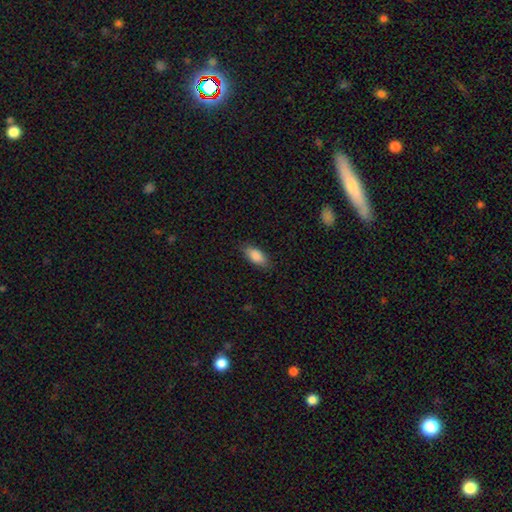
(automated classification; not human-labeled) This is clearly a smooth galaxy (87%). How rounded: clearly in between (88%). Merging: clearly none (83%).